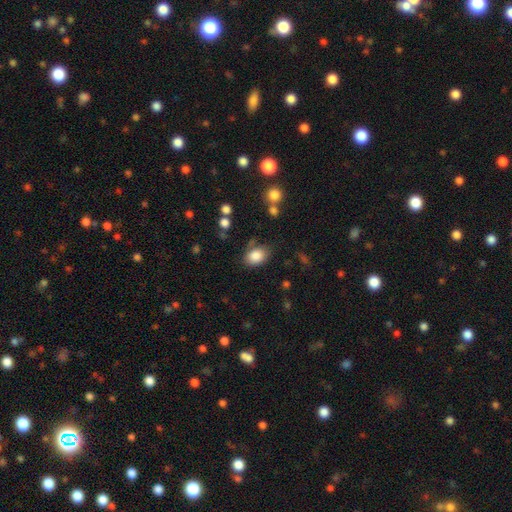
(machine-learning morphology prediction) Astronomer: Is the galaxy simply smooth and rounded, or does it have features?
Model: smooth — 86%.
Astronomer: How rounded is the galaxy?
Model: in between — 77%.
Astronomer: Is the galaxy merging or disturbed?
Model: none — 72%.